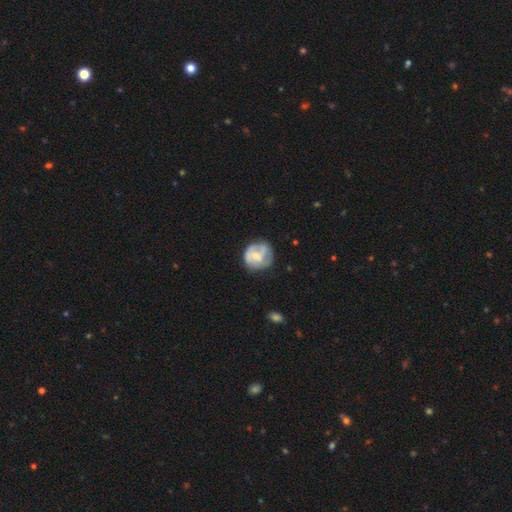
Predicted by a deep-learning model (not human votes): Q: Smooth or featured?
A: featured or disk (50%); runner-up: smooth (43%)
Q: Edge-on disk?
A: no (98%); runner-up: yes (2%)
Q: Merging?
A: none (58%); runner-up: minor disturbance (26%)